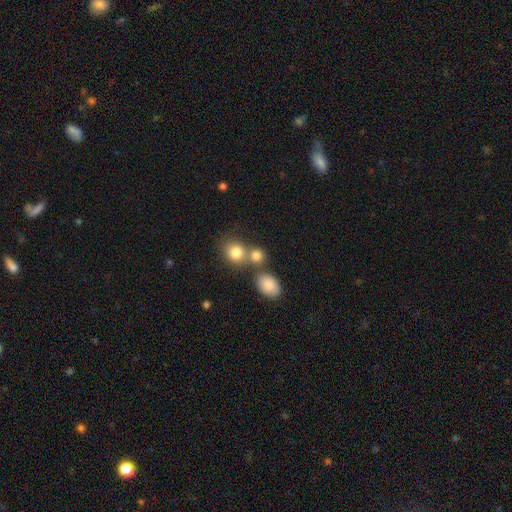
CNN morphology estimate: Smooth or featured?
  - smooth: 81% *
  - star or artifact: 11%
  - featured or disk: 8%
How rounded?
  - round: 71% *
  - in between: 27%
  - cigar-shaped: 1%
Merging?
  - none: 48% *
  - merger: 39%
  - minor disturbance: 8%
  - major disturbance: 4%